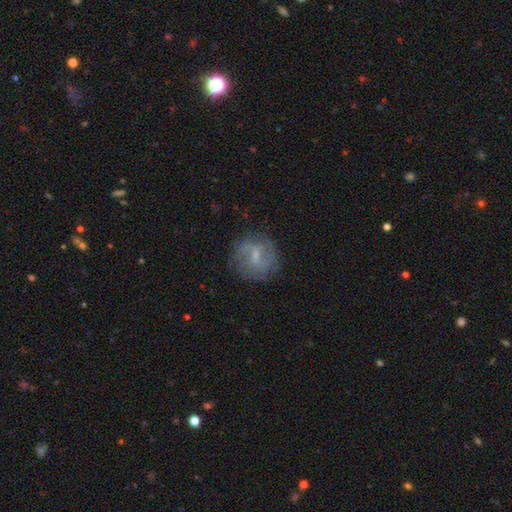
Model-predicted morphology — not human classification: Smooth or featured: featured or disk — 53% (smooth — 38%)
Edge-on disk: no — 96% (yes — 4%)
Bar: weak — 57% (strong — 22%)
Spiral arms: yes — 61% (no — 39%)
Bulge size: small — 46% (moderate — 29%)
Merging: none — 74% (minor disturbance — 17%)